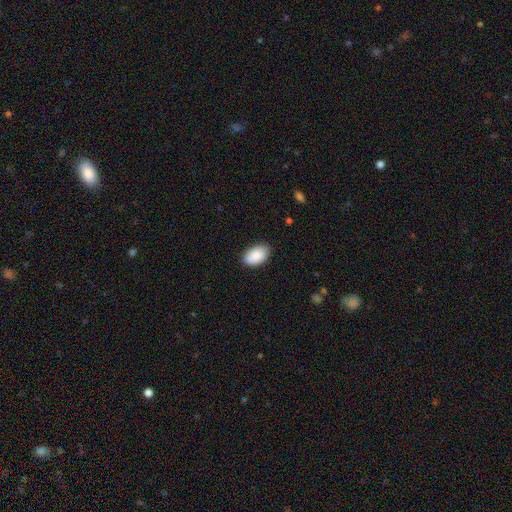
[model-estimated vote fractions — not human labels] smooth 89%, star or artifact 6%, featured or disk 5%. Down the decision tree: how rounded — in between (93%); merging — none (86%).